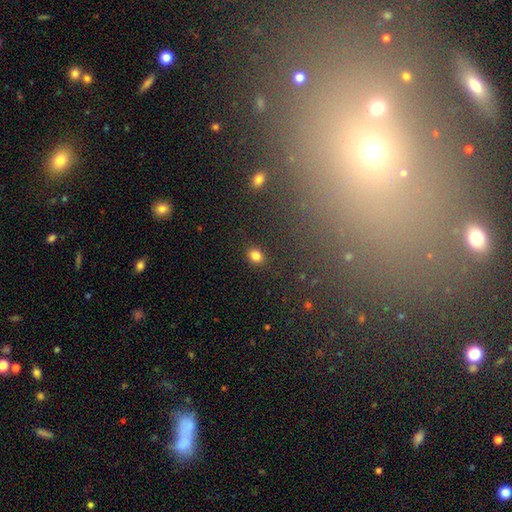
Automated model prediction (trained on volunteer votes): Smooth or featured? smooth (82%)
How rounded? in between (52%)
Merging? none (87%)